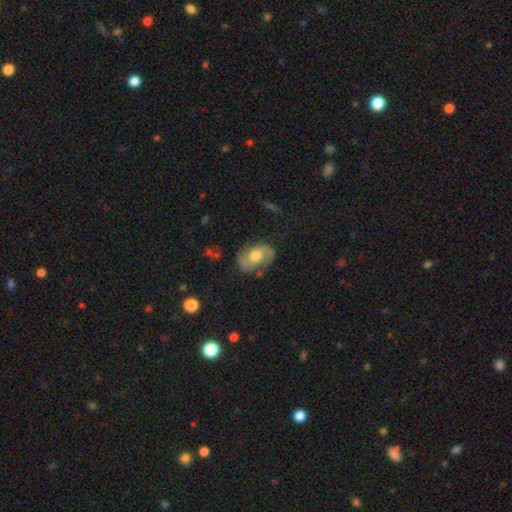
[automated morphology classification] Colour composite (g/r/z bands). It shows a featured or disk galaxy (58%) with no bar (69%), spiral arms (76%) and a moderate central bulge (63%). Merging: none (68%).